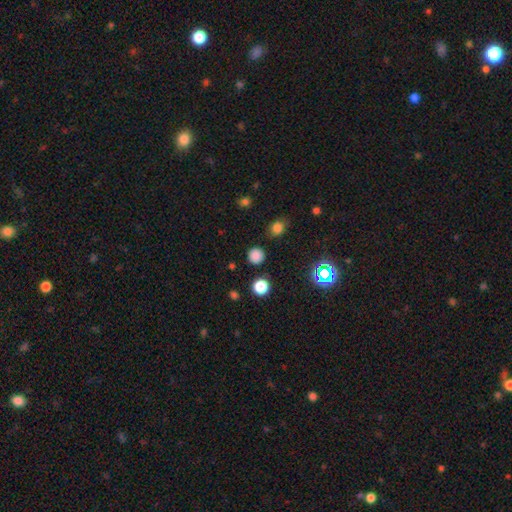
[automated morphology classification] Overall: smooth (78%). How rounded: round (93%). Merging: none (88%).